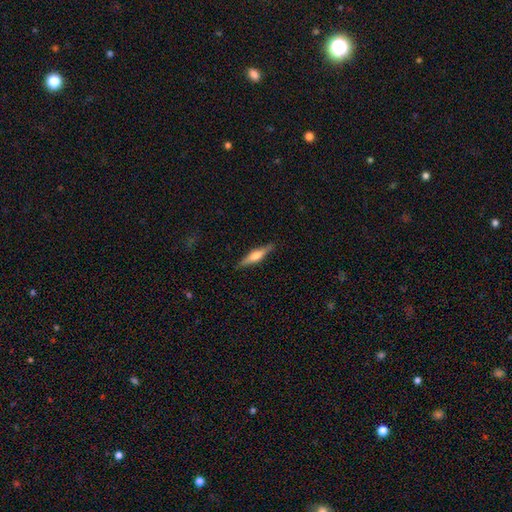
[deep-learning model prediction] Q: Smooth or featured?
A: featured or disk (53%); runner-up: smooth (41%)
Q: Edge-on disk?
A: yes (96%); runner-up: no (4%)
Q: Edge-on bulge?
A: rounded (79%); runner-up: boxy (15%)
Q: Merging?
A: none (88%); runner-up: minor disturbance (9%)